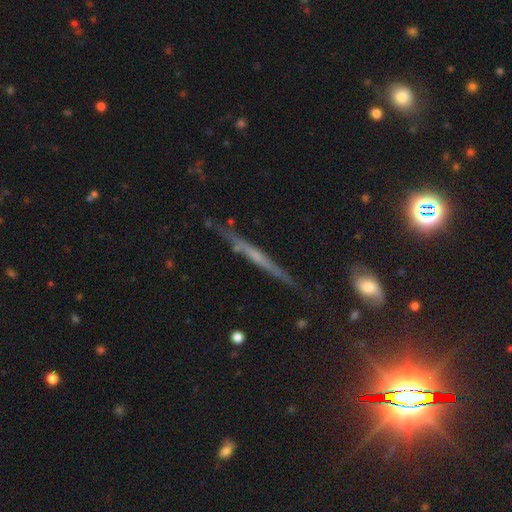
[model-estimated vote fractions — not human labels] Overall: featured or disk (64%; smooth 25%). Edge-on disk: yes (93%). Edge-on bulge: none (63%; rounded 26%). Merging: none (79%).